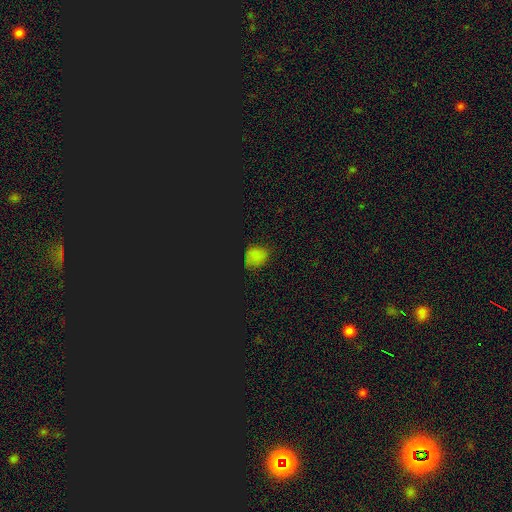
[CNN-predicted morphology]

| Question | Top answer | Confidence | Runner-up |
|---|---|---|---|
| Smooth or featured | smooth | 58% | star or artifact (34%) |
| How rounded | round | 59% | in between (39%) |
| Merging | none | 63% | minor disturbance (27%) |